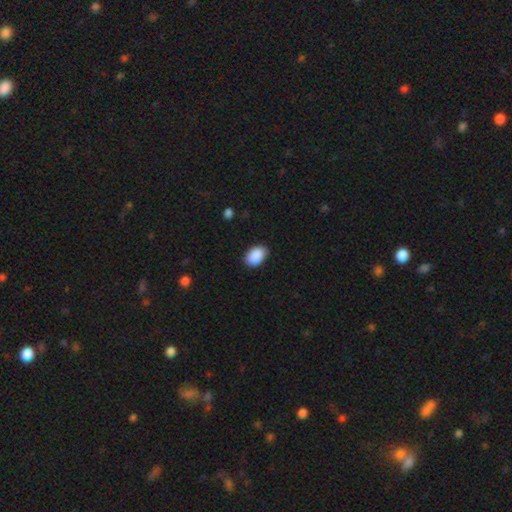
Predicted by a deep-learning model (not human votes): Smooth or featured: smooth — 90% (star or artifact — 7%)
How rounded: in between — 86% (round — 13%)
Merging: none — 84% (minor disturbance — 13%)